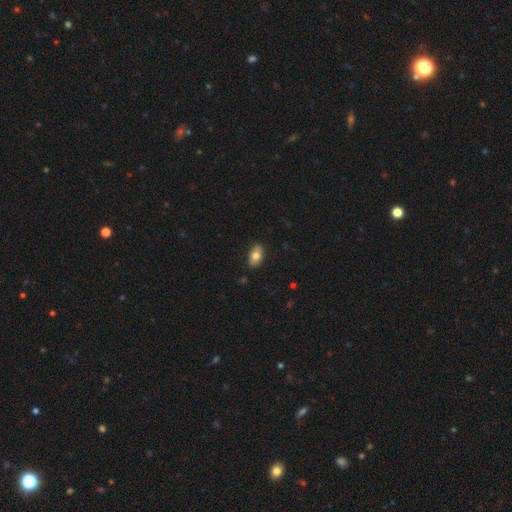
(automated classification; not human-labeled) This is likely a smooth galaxy (74%). How rounded: clearly in between (90%). Merging: clearly none (86%).